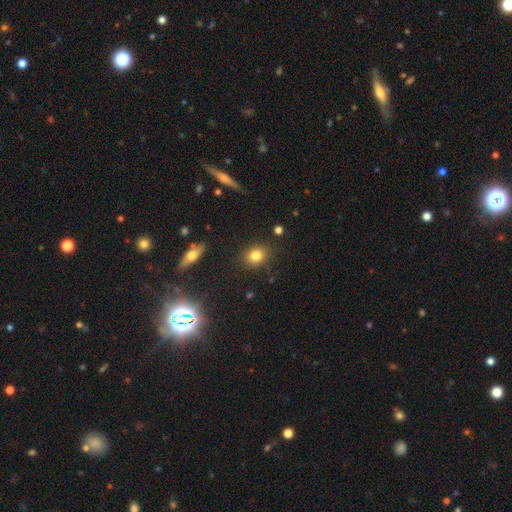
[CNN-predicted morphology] Smooth or featured? smooth (81%)
How rounded? round (62%)
Merging? none (85%)